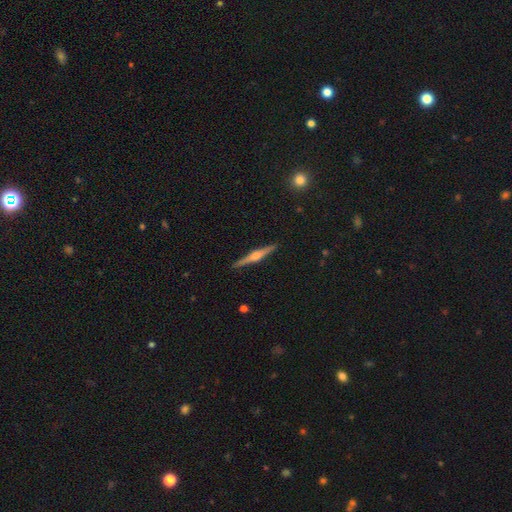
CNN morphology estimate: The model was most divided on "smooth or featured": featured or disk: 73%, smooth: 21%, star or artifact: 6%. More confident: edge-on disk — yes (98%); merging — none (91%); edge-on bulge — rounded (77%).